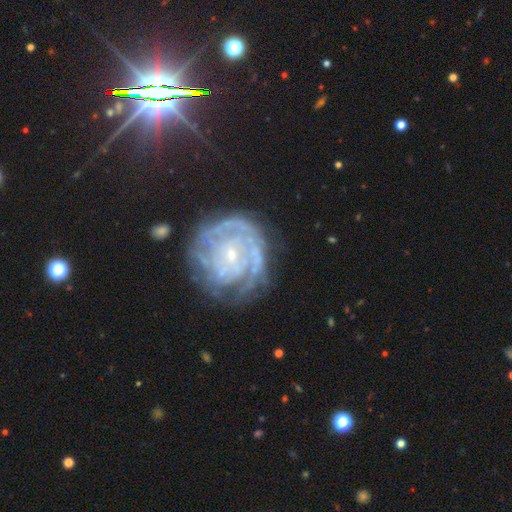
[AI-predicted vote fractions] Smooth or featured? featured or disk (79%)
Edge-on disk? no (98%)
Bar? no (67%)
Spiral arms? yes (78%)
Spiral winding? tight (67%)
Spiral arm count? can't tell (48%)
Bulge size? small (71%)
Merging? none (61%)